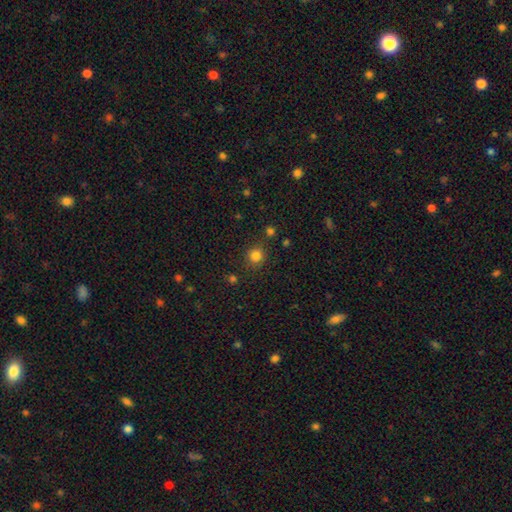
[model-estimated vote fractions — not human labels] Smooth or featured? Predicted: smooth (p=0.81). How rounded? Predicted: round (p=0.90). Merging? Predicted: none (p=0.84).